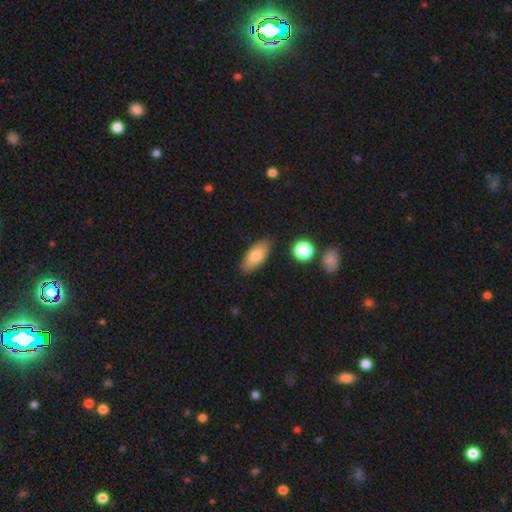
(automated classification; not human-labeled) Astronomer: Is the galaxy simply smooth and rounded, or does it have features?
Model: smooth — 79%.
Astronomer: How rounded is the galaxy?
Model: in between — 85%.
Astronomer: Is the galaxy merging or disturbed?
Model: none — 84%.